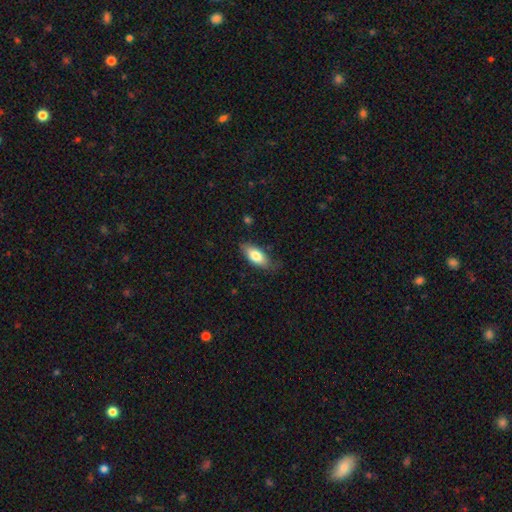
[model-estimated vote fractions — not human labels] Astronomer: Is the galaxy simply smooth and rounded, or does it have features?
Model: smooth — 77%.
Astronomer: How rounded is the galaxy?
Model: in between — 83%.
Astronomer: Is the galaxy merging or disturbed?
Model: none — 73%.